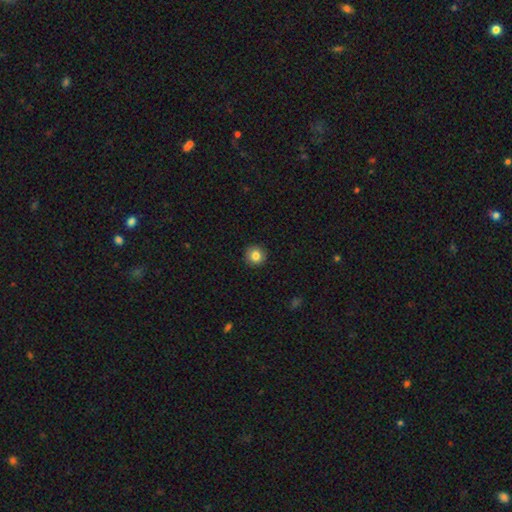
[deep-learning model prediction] smooth-or-featured: smooth: 84% | star or artifact: 9% | featured or disk: 7%
  how-rounded: round: 93% | in between: 6% | cigar-shaped: 1%
  merging: none: 92% | minor disturbance: 6% | major disturbance: 2% | merger: 1%